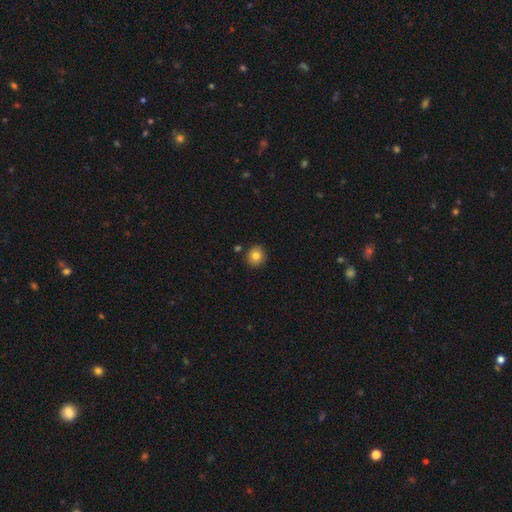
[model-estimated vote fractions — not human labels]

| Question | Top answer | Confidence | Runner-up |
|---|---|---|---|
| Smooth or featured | smooth | 81% | star or artifact (10%) |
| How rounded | round | 87% | in between (12%) |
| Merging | none | 88% | minor disturbance (7%) |